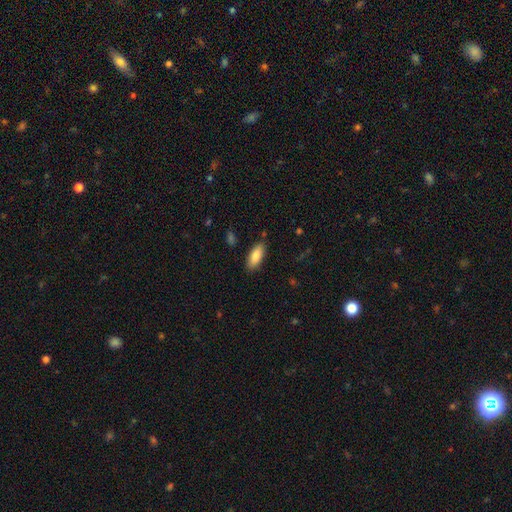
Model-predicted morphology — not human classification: This is clearly a smooth galaxy (84%). How rounded: likely in between (80%). Merging: clearly none (85%).